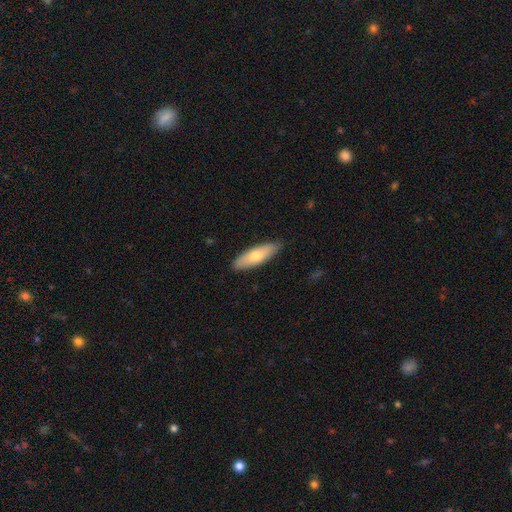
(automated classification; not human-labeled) Q: Smooth or featured?
A: smooth (66%); runner-up: featured or disk (28%)
Q: How rounded?
A: in between (51%); runner-up: cigar-shaped (47%)
Q: Merging?
A: none (86%); runner-up: minor disturbance (11%)